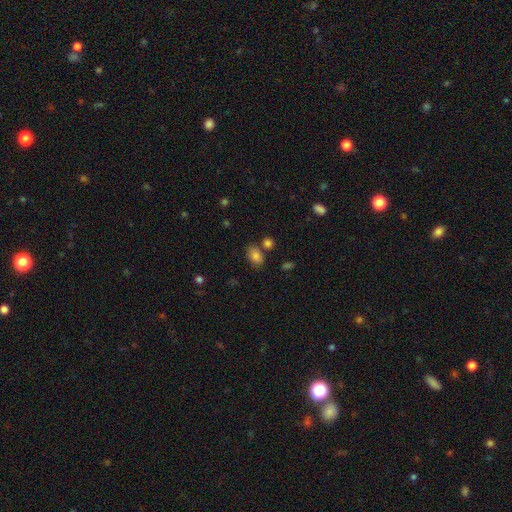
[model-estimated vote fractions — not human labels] smooth_or_featured: smooth (p=0.83) [alt: star or artifact p=0.10]
how_rounded: in between (p=0.80) [alt: round p=0.19]
merging: none (p=0.72) [alt: minor disturbance p=0.12]